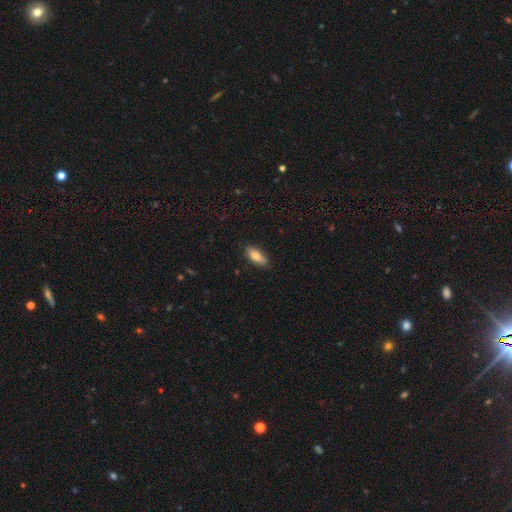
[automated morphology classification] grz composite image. It shows a smooth galaxy with no disk features (81%) that is in between round and cigar-shaped (81%). Merging: none (85%).